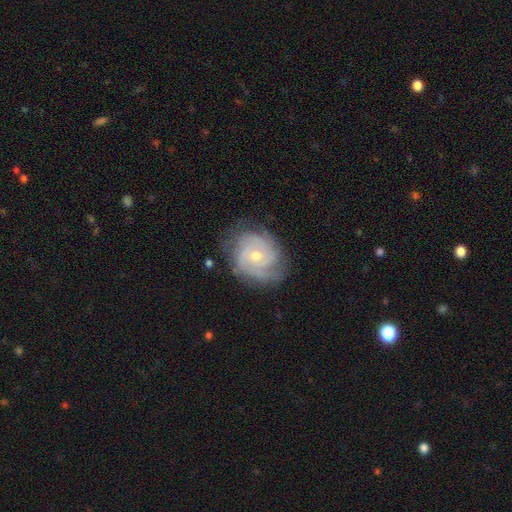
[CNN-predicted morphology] type=featured or disk (82%); edge-on=no (98%); bar=no (69%); spiral arms=yes (94%); winding=tight (64%); arm count=can't tell (30%); bulge=small (52%); merging=none (73%).